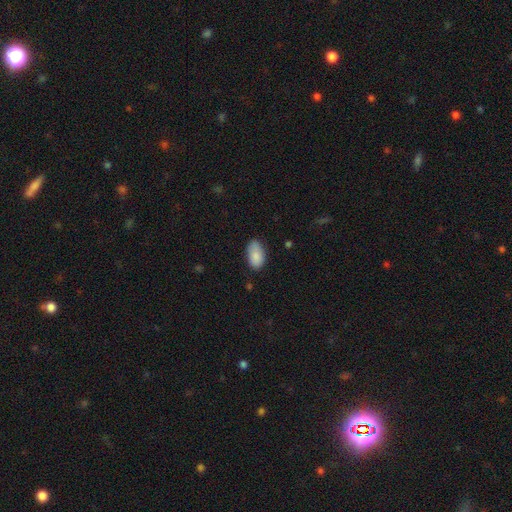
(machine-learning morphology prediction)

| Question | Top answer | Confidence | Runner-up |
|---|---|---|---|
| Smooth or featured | smooth | 86% | featured or disk (8%) |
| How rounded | in between | 94% | round (4%) |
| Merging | none | 73% | minor disturbance (22%) |